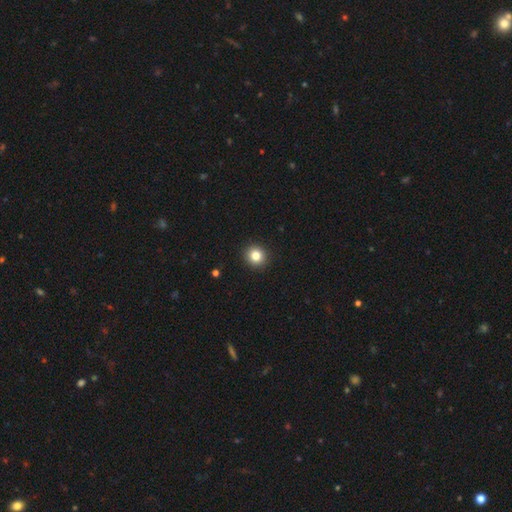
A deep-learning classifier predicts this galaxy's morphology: smooth 82%, star or artifact 11%, featured or disk 6%. Down the decision tree: how rounded — round (91%); merging — none (93%).